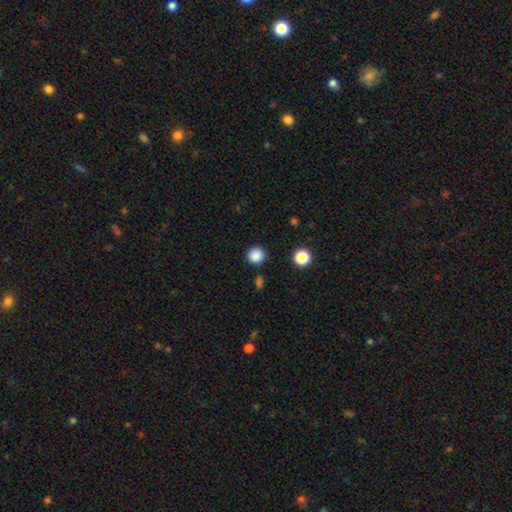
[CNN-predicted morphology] Smooth or featured: smooth — 86% (star or artifact — 11%)
How rounded: round — 95% (in between — 4%)
Merging: none — 89% (minor disturbance — 6%)